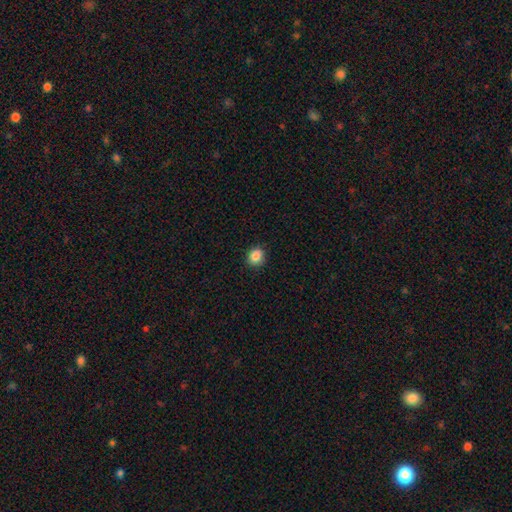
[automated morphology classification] This appears to be a smooth galaxy with no disk features (86%) that is round (71%). Merging: none (89%).